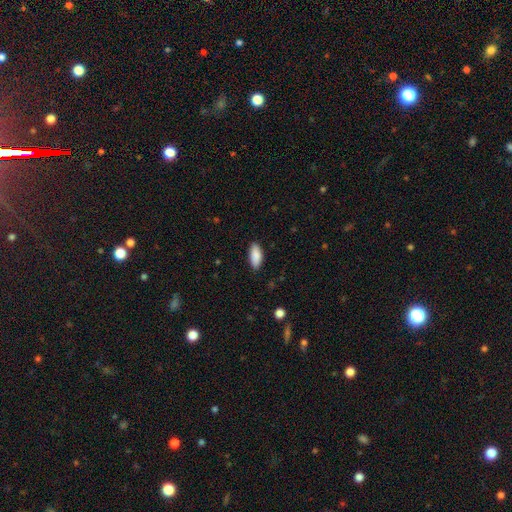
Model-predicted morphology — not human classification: Smooth or featured?
  - smooth: 89% *
  - star or artifact: 6%
  - featured or disk: 5%
How rounded?
  - in between: 85% *
  - cigar-shaped: 14%
  - round: 2%
Merging?
  - none: 87% *
  - minor disturbance: 10%
  - major disturbance: 2%
  - merger: 1%